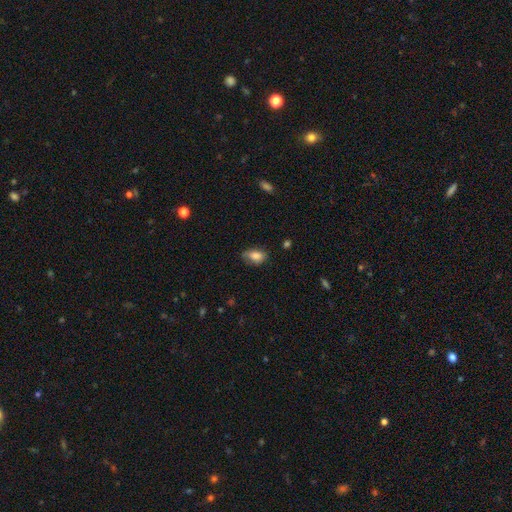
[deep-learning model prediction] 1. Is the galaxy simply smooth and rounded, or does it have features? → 83% smooth, 9% featured or disk, 8% star or artifact.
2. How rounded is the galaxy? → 89% in between, 8% round, 3% cigar-shaped.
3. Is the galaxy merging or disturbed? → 59% none, 32% minor disturbance, 7% major disturbance, 2% merger.